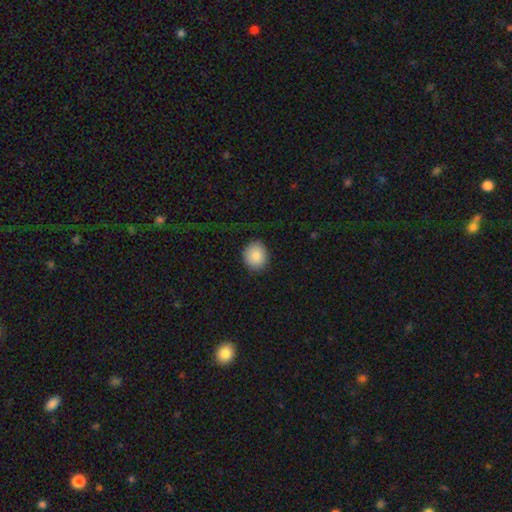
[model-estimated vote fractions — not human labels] A smooth galaxy with no disk features (86%) that is round (79%).

Vote fractions:
- Smooth or featured? smooth: 86% / star or artifact: 8% / featured or disk: 6%
- How rounded? round: 79% / in between: 20% / cigar-shaped: 1%
- Merging? none: 85% / minor disturbance: 11% / major disturbance: 3% / merger: 1%